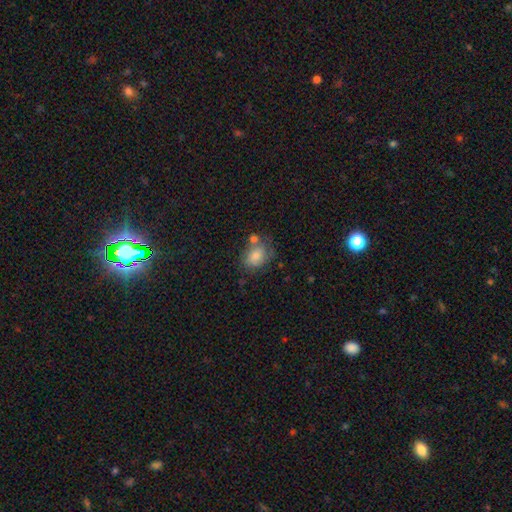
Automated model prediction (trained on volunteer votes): Smooth or featured? Predicted: smooth (p=0.69). How rounded? Predicted: in between (p=0.66). Merging? Predicted: none (p=0.53).